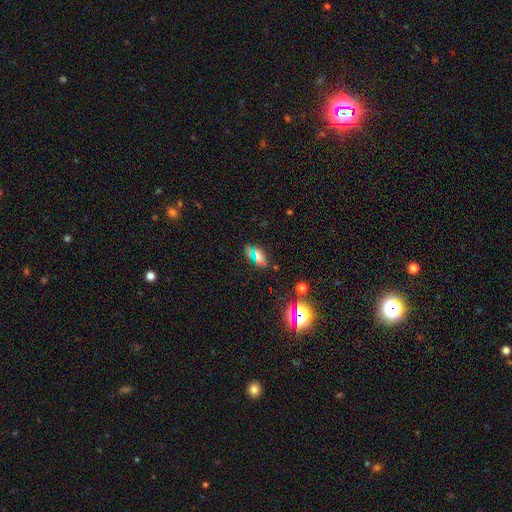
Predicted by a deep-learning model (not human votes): Q: Smooth or featured?
A: smooth (52%); runner-up: star or artifact (35%)
Q: How rounded?
A: in between (79%); runner-up: round (11%)
Q: Merging?
A: none (76%); runner-up: minor disturbance (14%)